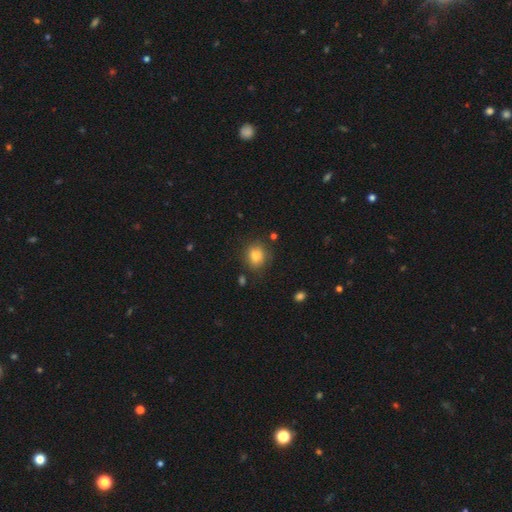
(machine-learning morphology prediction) A smooth galaxy with no disk features (79%) that is round (65%).

Vote fractions:
- Smooth or featured? smooth: 79% / star or artifact: 11% / featured or disk: 10%
- How rounded? round: 65% / in between: 34% / cigar-shaped: 1%
- Merging? none: 78% / minor disturbance: 15% / major disturbance: 4% / merger: 3%